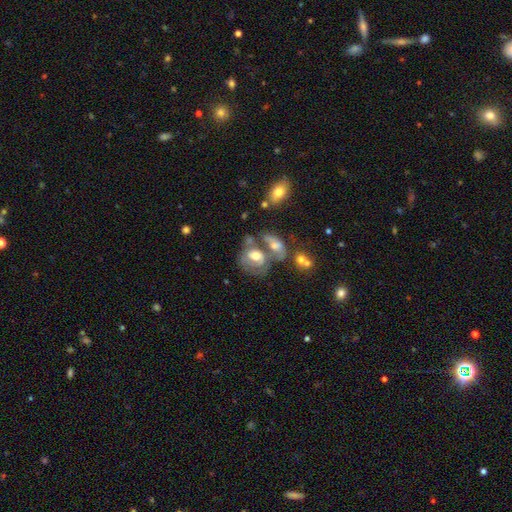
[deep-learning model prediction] This is possibly a featured or disk galaxy (52%). It is clearly not viewed edge-on (95%). Merging: marginally merger (45%).